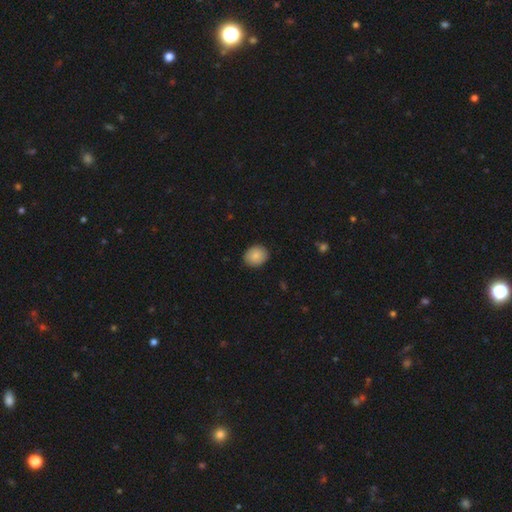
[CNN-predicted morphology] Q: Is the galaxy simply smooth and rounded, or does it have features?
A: smooth — 85%.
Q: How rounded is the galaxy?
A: round — 59%.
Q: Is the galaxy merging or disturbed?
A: none — 87%.